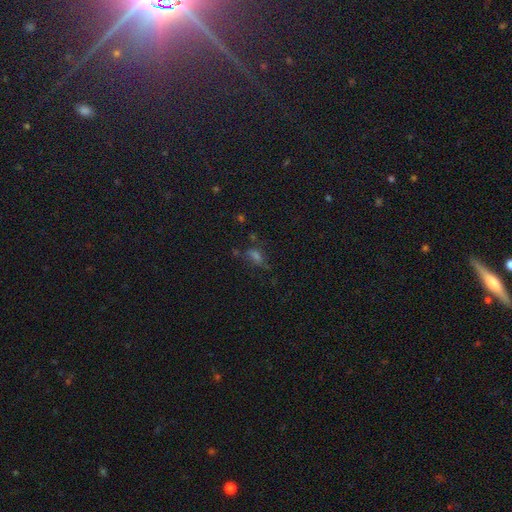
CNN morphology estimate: Smooth or featured? smooth (44%)
Merging? none (57%)